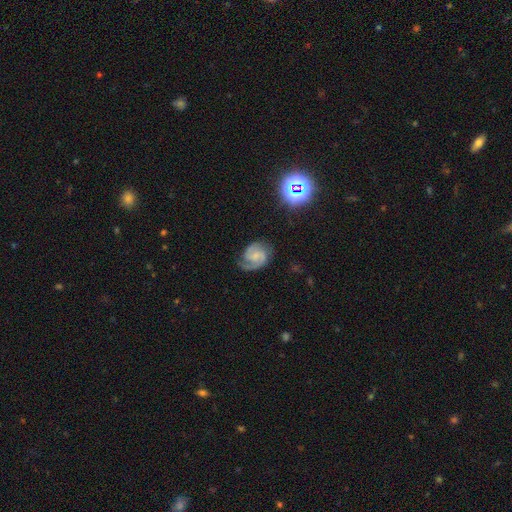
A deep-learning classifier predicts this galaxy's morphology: smooth-or-featured: featured or disk: 78% | smooth: 15% | star or artifact: 8%
  disk-edge-on: no: 98% | yes: 2%
    bar: no: 45% (tied) | weak: 45% (tied) | strong: 10%
    has-spiral-arms: yes: 96% | no: 4%
      spiral-winding: medium: 47% | tight: 38% | loose: 15%
      spiral-arm-count: 2: 76% | 1: 14% | can't tell: 6% | 3: 2% | 4: 1% | more than 4: 1%
    bulge-size: small: 40% | none: 34% | moderate: 22% | large: 3% | dominant: 1%
  merging: none: 68% | minor disturbance: 21% | major disturbance: 10% | merger: 2%